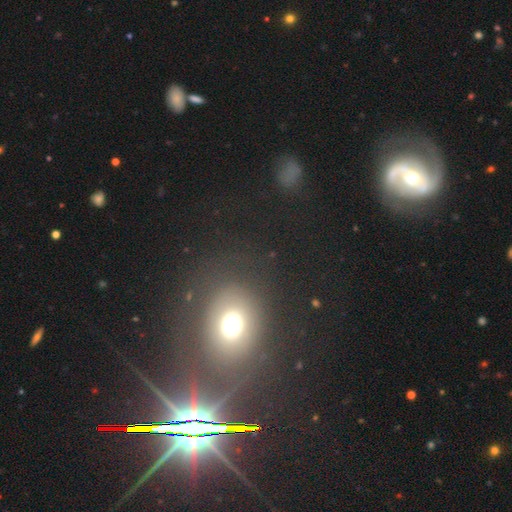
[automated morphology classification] This appears to be a smooth galaxy with no disk features (37%). Merging: none (78%).